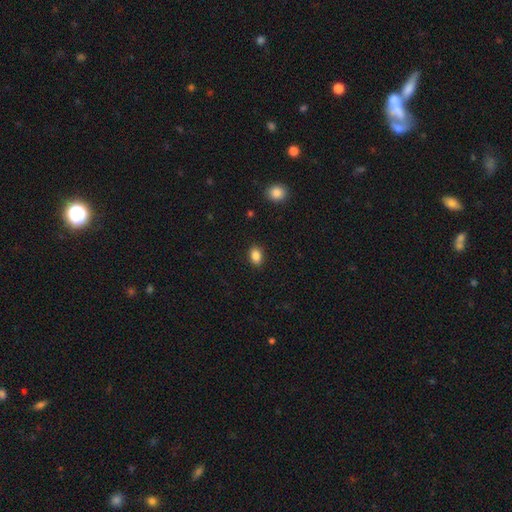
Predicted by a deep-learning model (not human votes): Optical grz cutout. It shows a smooth galaxy with no disk features (86%) that is in between round and cigar-shaped (77%). Merging: none (89%).